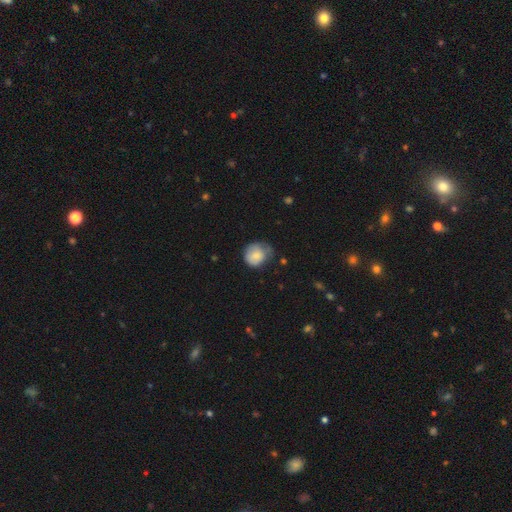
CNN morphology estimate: Smooth or featured? Predicted: smooth (p=0.78). How rounded? Predicted: round (p=0.76). Merging? Predicted: none (p=0.41, tied with minor disturbance).